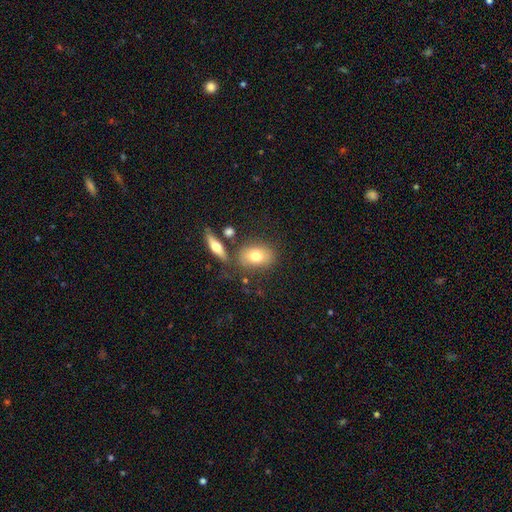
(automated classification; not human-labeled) A smooth galaxy with no disk features (73%) that is in between round and cigar-shaped (75%). Merging: none (70%).